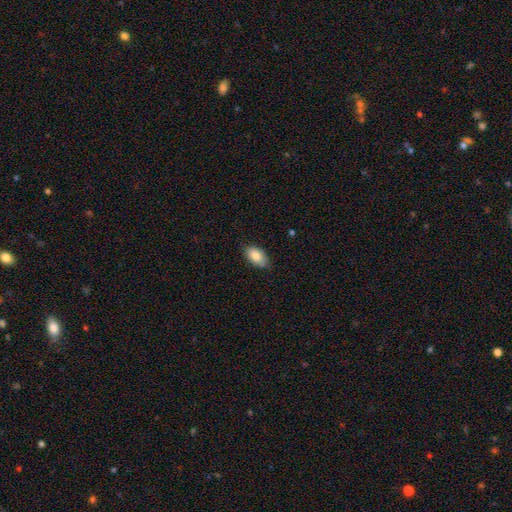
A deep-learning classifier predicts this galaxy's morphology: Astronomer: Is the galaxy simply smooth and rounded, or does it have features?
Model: smooth — 83%.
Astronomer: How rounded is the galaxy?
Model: in between — 93%.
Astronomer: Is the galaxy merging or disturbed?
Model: none — 82%.